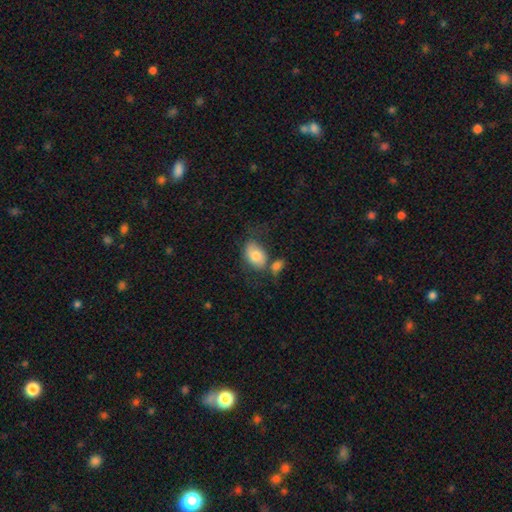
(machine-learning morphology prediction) type=smooth (74%); roundness=in between (83%); merging=none (45%).